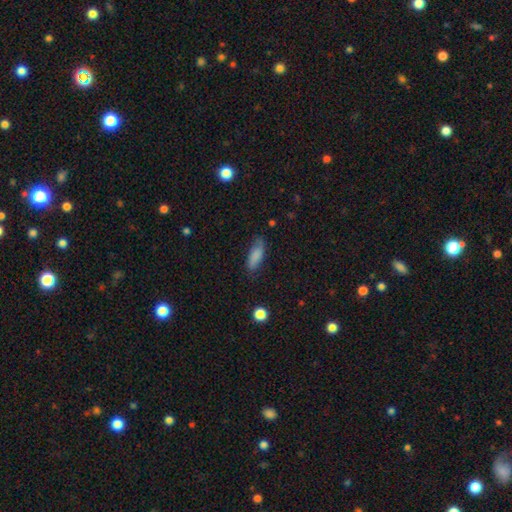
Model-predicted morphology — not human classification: The model was most divided on "merging": none: 68%, minor disturbance: 25%, major disturbance: 6%, merger: 2%. More confident: smooth or featured — smooth (81%); how rounded — in between (73%).